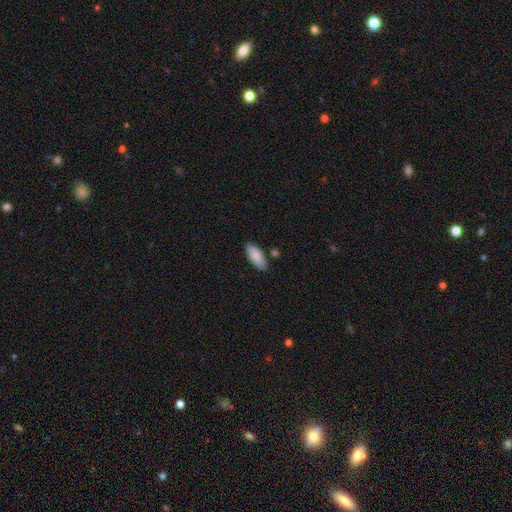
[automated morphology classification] Smooth or featured? smooth (85%)
How rounded? in between (86%)
Merging? none (81%)